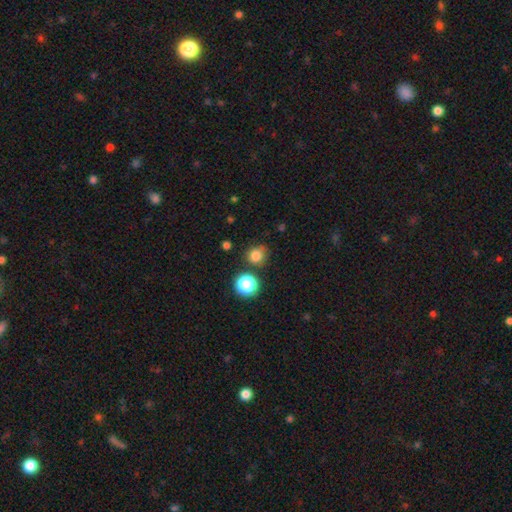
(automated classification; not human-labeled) smooth-or-featured: smooth: 79% | star or artifact: 16% | featured or disk: 5%
  how-rounded: round: 87% | in between: 12% | cigar-shaped: 1%
  merging: none: 76% | minor disturbance: 13% | merger: 7% | major disturbance: 4%